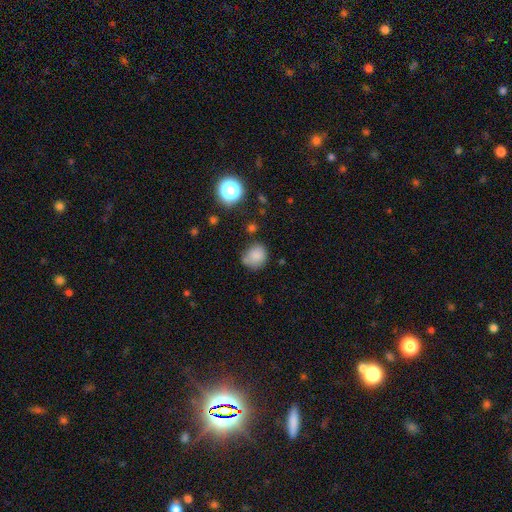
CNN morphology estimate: type=smooth (81%); roundness=round (70%); merging=none (58%).